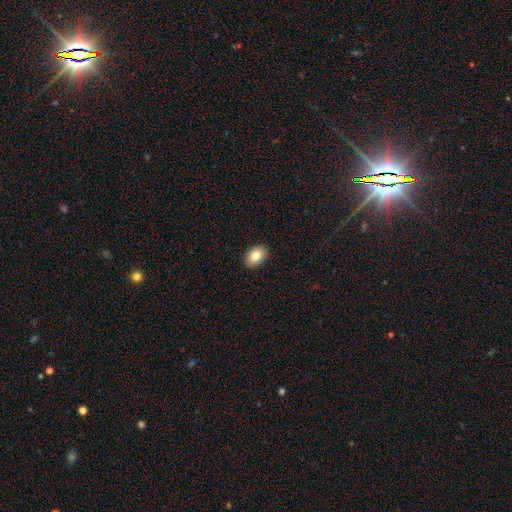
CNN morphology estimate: A smooth galaxy with no disk features (83%) that is in between round and cigar-shaped (80%). Merging: none (90%).